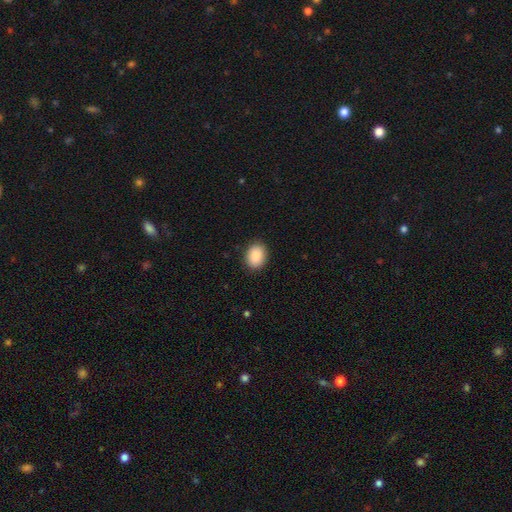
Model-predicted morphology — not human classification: Overall: smooth (89%). How rounded: in between (67%; round 32%). Merging: none (89%).